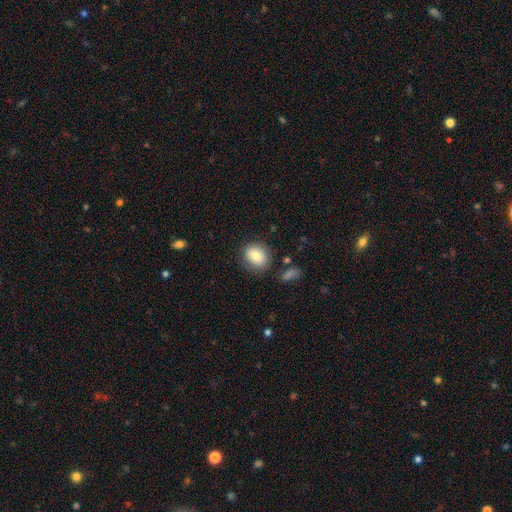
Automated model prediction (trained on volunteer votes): Smooth or featured: smooth — 80% (featured or disk — 11%)
How rounded: round — 62% (in between — 36%)
Merging: none — 80% (minor disturbance — 12%)